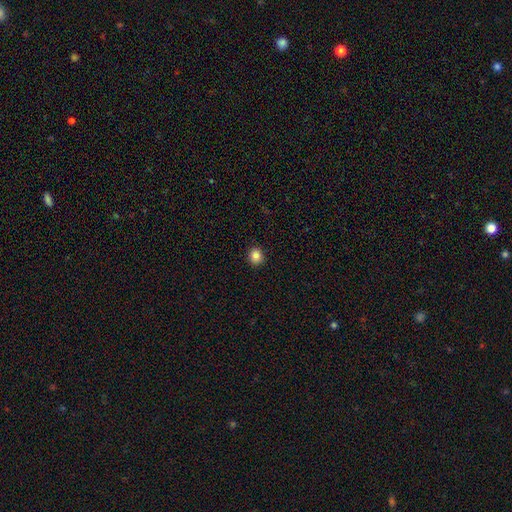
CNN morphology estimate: smooth-or-featured: smooth: 85% | star or artifact: 11% | featured or disk: 4%
  how-rounded: round: 80% | in between: 19% | cigar-shaped: 1%
  merging: none: 92% | minor disturbance: 5% | major disturbance: 2% | merger: 1%